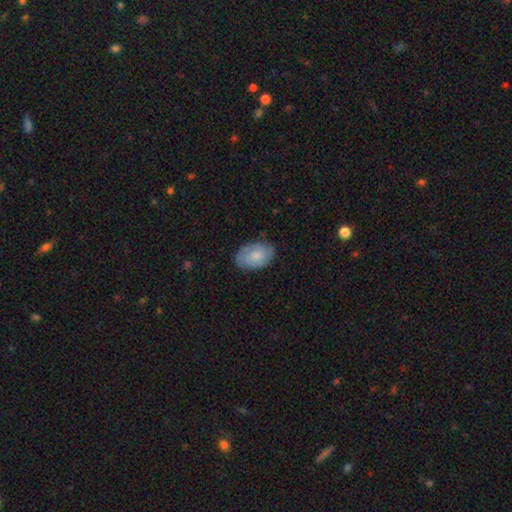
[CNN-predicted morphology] Overall: smooth (64%; featured or disk 30%). How rounded: in between (89%). Merging: none (78%).